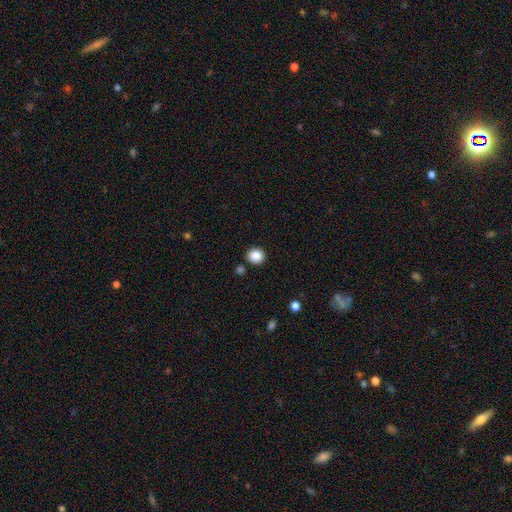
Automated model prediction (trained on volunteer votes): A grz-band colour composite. It shows a smooth galaxy with no disk features (87%) that is round (81%). Merging: none (87%).